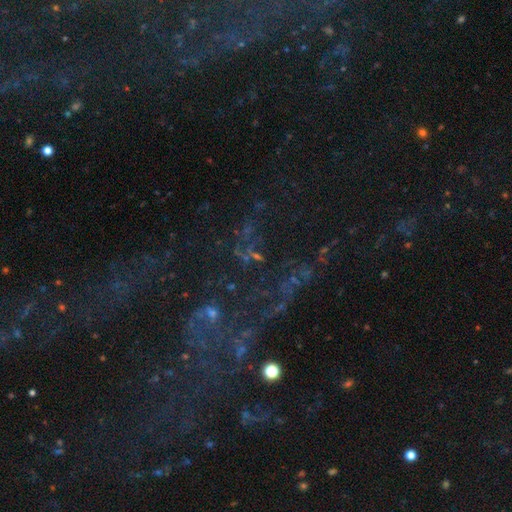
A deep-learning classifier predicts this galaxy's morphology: type=star or artifact (58%).